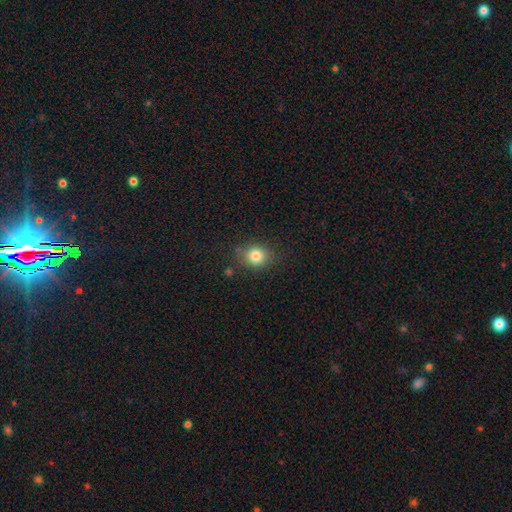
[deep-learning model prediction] Smooth or featured? Predicted: smooth (p=0.81). How rounded? Predicted: round (p=0.65). Merging? Predicted: none (p=0.80).